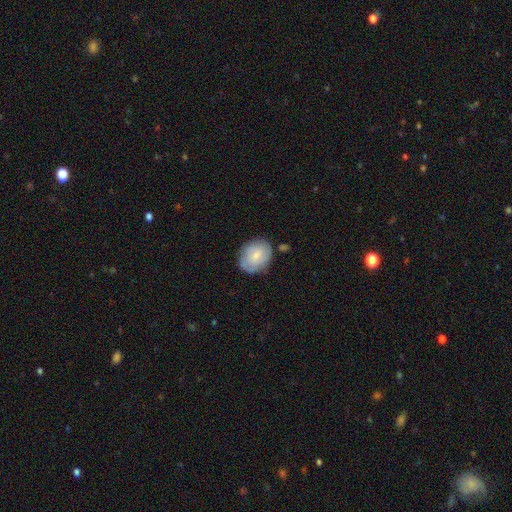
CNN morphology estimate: type=smooth (67%); roundness=in between (54%); merging=none (67%).